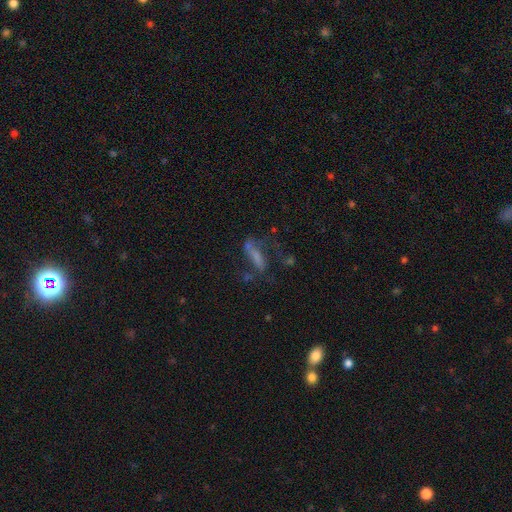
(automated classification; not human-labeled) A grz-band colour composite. It shows a smooth galaxy with no disk features (45%). Merging: none (39%).